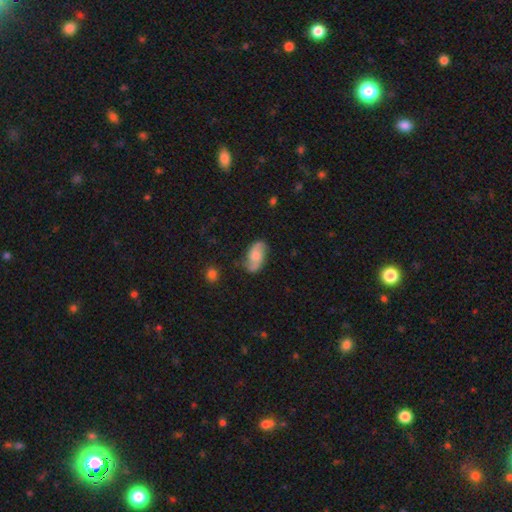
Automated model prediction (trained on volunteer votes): Overall: featured or disk (51%; smooth 42%). Edge-on disk: no (93%). Merging: none (74%).